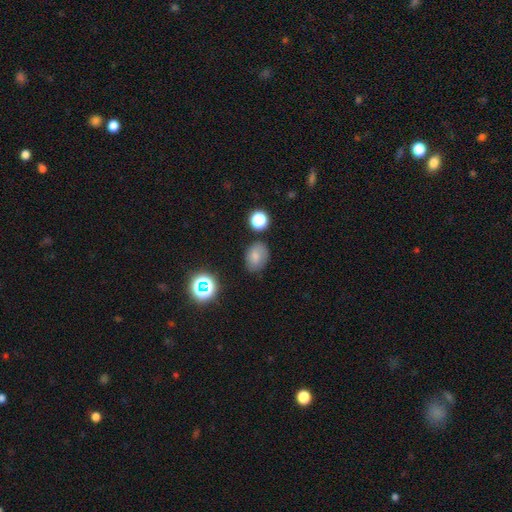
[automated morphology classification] This appears to be a smooth galaxy with no disk features (72%) that is in between round and cigar-shaped (67%). Merging: none (73%).